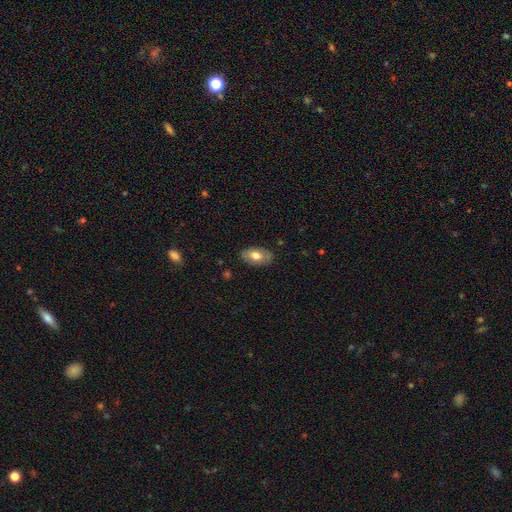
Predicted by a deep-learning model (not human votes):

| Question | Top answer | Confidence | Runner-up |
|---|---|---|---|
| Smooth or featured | smooth | 67% | featured or disk (27%) |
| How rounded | in between | 92% | round (6%) |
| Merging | none | 83% | minor disturbance (13%) |